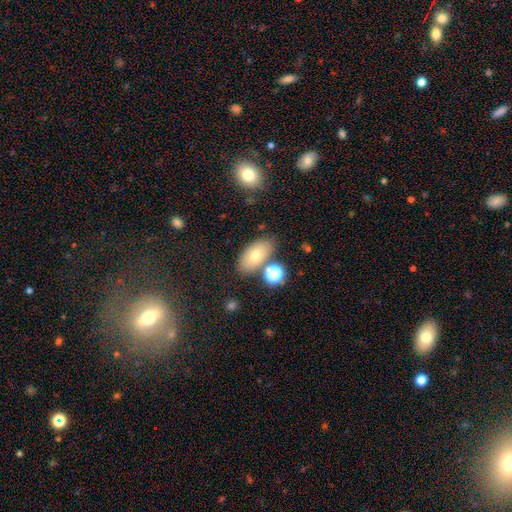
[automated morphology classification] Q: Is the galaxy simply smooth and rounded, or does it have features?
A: smooth — 72%.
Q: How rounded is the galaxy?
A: in between — 89%.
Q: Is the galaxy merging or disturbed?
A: none — 75%.